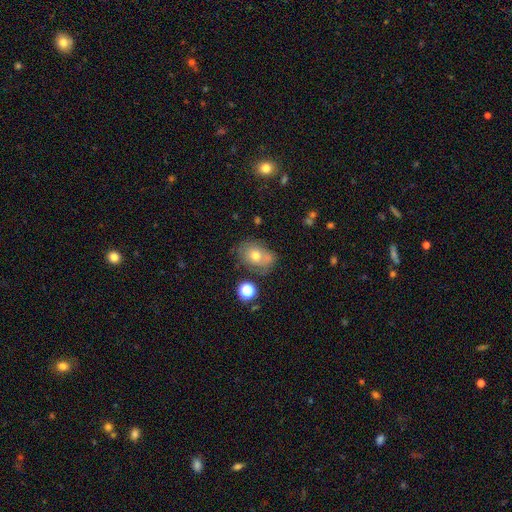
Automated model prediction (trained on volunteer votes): A smooth galaxy with no disk features (64%) that is in between round and cigar-shaped (69%).

Vote fractions:
- Smooth or featured? smooth: 64% / featured or disk: 23% / star or artifact: 12%
- How rounded? in between: 69% / round: 30% / cigar-shaped: 1%
- Merging? none: 64% / minor disturbance: 21% / merger: 8% / major disturbance: 7%